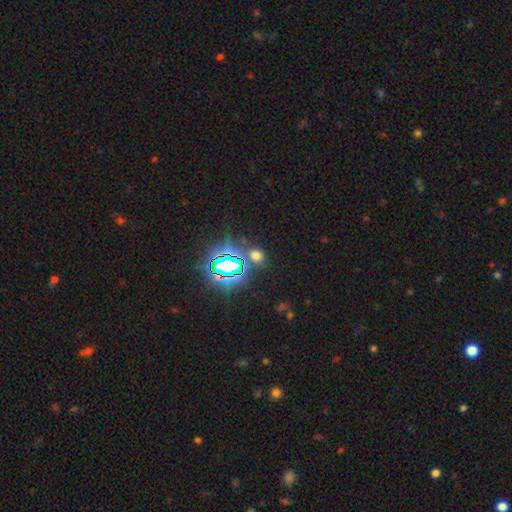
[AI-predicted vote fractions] Smooth or featured? smooth (49%)
Merging? none (79%)